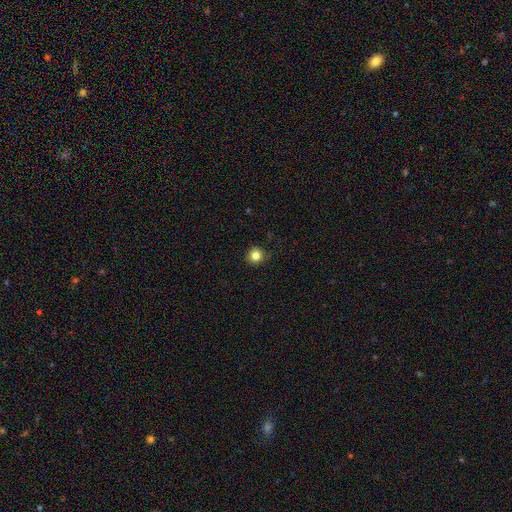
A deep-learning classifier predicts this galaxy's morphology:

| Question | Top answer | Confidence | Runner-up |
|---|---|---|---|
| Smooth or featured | smooth | 83% | star or artifact (12%) |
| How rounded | round | 92% | in between (7%) |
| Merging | none | 88% | minor disturbance (9%) |